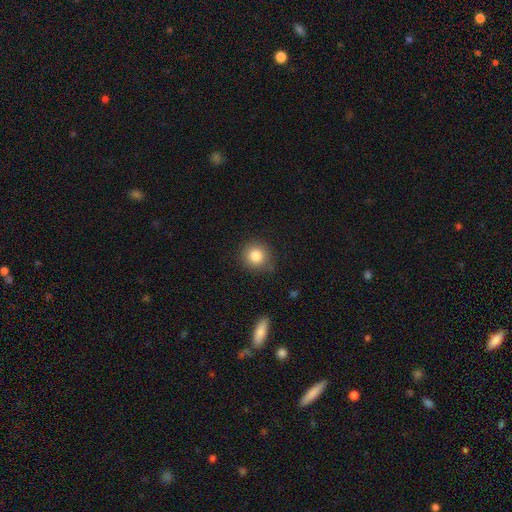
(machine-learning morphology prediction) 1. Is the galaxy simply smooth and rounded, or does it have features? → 83% smooth, 10% star or artifact, 7% featured or disk.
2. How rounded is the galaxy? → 91% round, 8% in between, 1% cigar-shaped.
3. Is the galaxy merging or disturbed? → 84% none, 12% minor disturbance, 3% major disturbance, 2% merger.